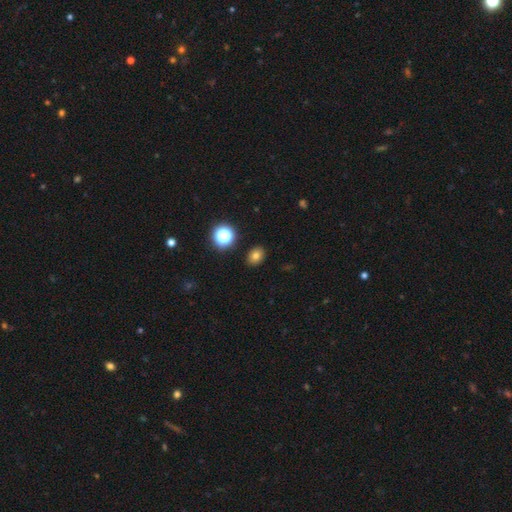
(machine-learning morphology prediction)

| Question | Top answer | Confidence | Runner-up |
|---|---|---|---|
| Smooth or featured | smooth | 76% | star or artifact (16%) |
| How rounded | in between | 56% | round (43%) |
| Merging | none | 89% | minor disturbance (8%) |